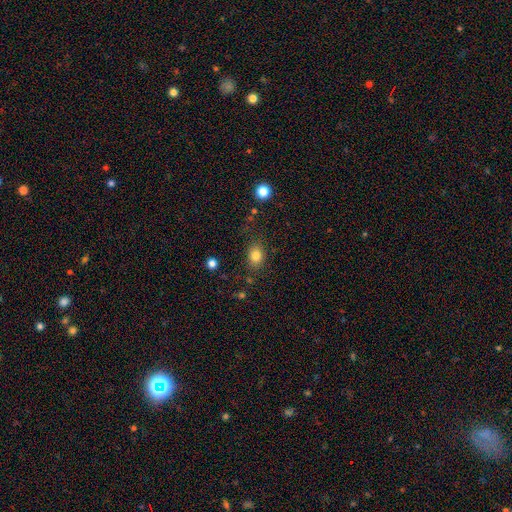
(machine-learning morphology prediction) This appears to be a smooth galaxy with no disk features (82%) that is in between round and cigar-shaped (61%). Merging: none (81%).